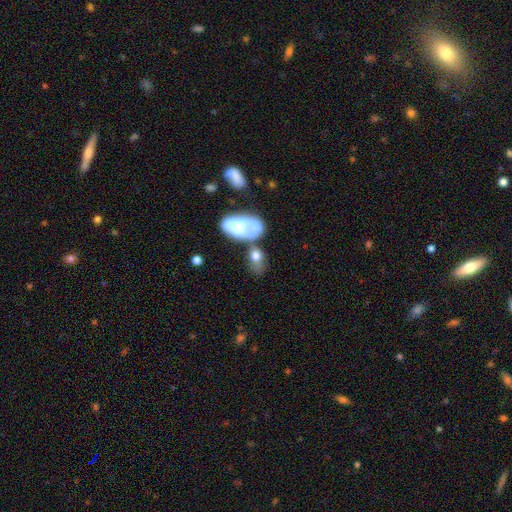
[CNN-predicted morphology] A smooth galaxy with no disk features (57%) that is in between round and cigar-shaped (81%).

Vote fractions:
- Smooth or featured? smooth: 57% / featured or disk: 35% / star or artifact: 7%
- How rounded? in between: 81% / round: 16% / cigar-shaped: 2%
- Merging? merger: 39% / none: 34% / minor disturbance: 17% / major disturbance: 10%